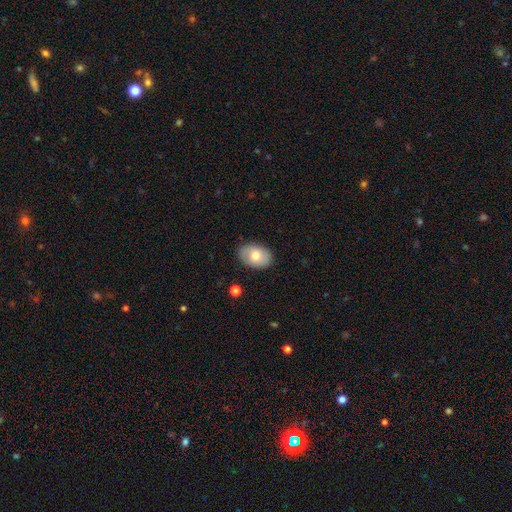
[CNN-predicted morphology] This appears to be a smooth galaxy with no disk features (72%) that is in between round and cigar-shaped (85%). Merging: none (87%).